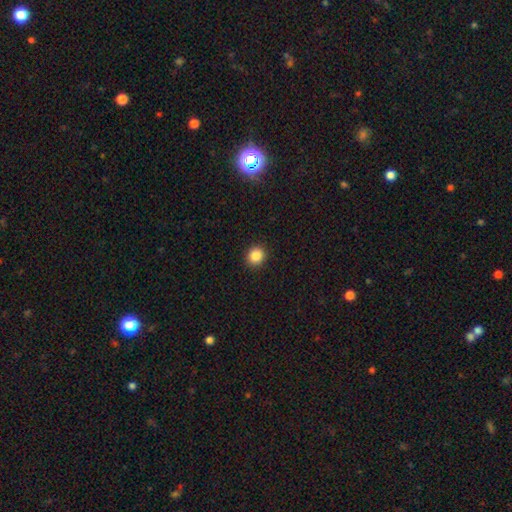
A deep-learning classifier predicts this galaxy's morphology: smooth_or_featured: smooth (p=0.86) [alt: star or artifact p=0.10]
how_rounded: round (p=0.87) [alt: in between p=0.13]
merging: none (p=0.92) [alt: minor disturbance p=0.05]